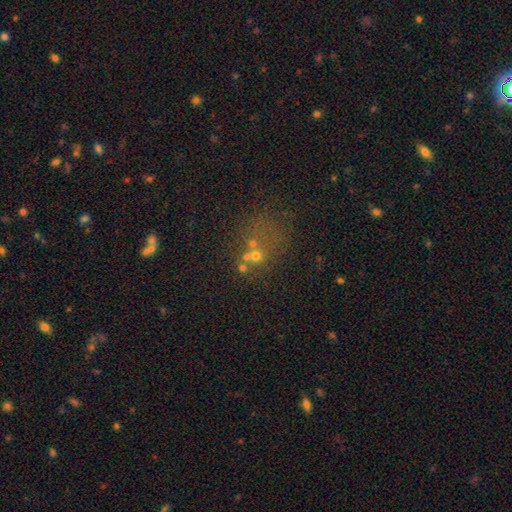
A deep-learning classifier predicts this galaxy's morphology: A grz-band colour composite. It shows a smooth galaxy with no disk features (45%). Merging: none (41%).